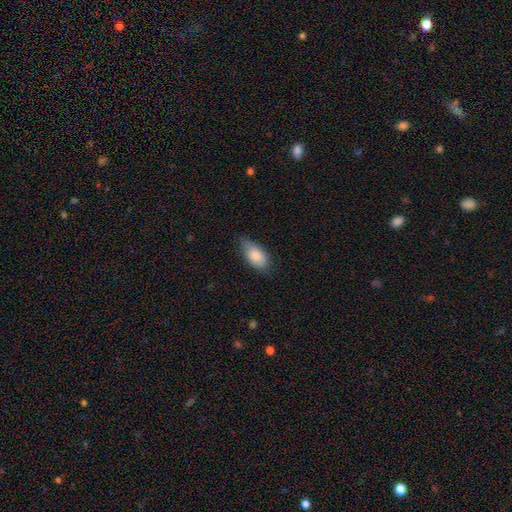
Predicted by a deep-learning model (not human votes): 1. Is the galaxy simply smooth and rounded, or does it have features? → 84% smooth, 10% featured or disk, 6% star or artifact.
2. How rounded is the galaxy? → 92% in between, 5% cigar-shaped, 4% round.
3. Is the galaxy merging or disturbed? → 65% none, 29% minor disturbance, 5% major disturbance, 1% merger.